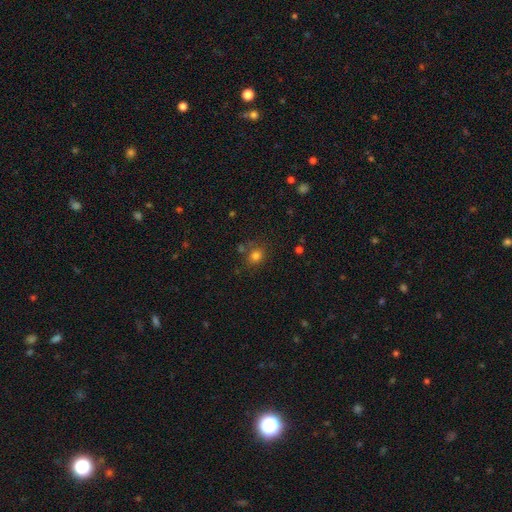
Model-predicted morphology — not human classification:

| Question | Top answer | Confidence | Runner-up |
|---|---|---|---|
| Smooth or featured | smooth | 78% | star or artifact (15%) |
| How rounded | round | 65% | in between (34%) |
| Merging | none | 74% | minor disturbance (13%) |